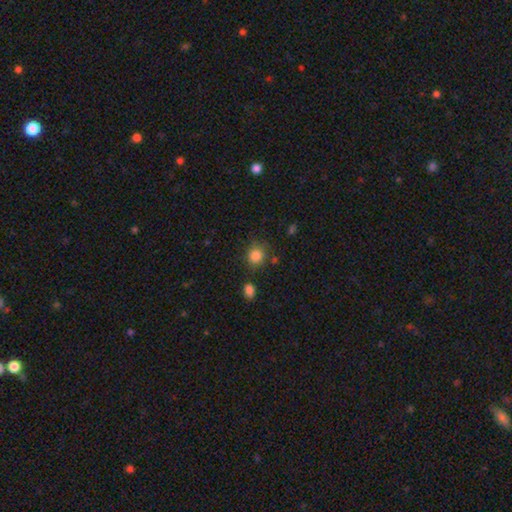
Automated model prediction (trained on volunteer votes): Smooth or featured? Predicted: smooth (p=0.85). How rounded? Predicted: round (p=0.83). Merging? Predicted: none (p=0.74).